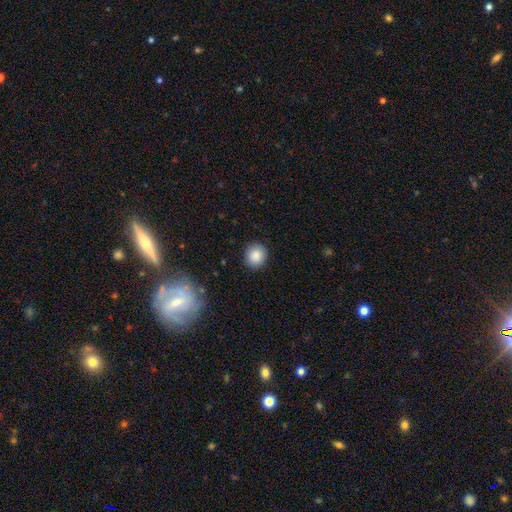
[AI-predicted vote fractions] Overall: smooth (87%). How rounded: round (86%). Merging: none (89%).